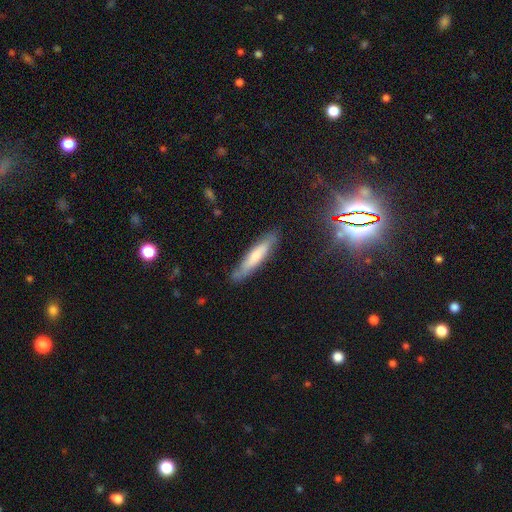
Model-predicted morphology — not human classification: smooth_or_featured: smooth (p=0.60) [alt: featured or disk p=0.33]
how_rounded: cigar-shaped (p=0.87) [alt: in between p=0.12]
merging: none (p=0.81) [alt: minor disturbance p=0.14]